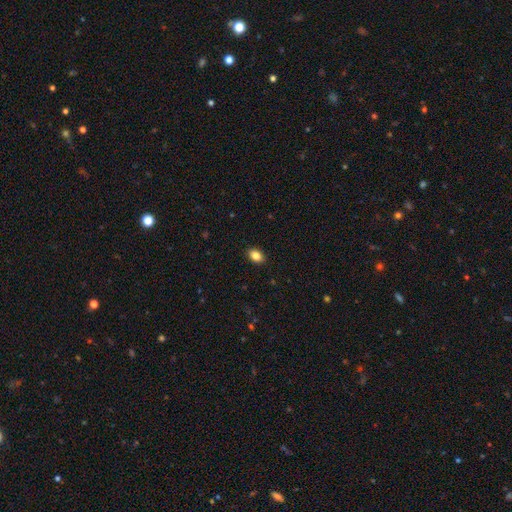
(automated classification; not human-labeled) Smooth or featured? smooth (86%)
How rounded? in between (84%)
Merging? none (90%)